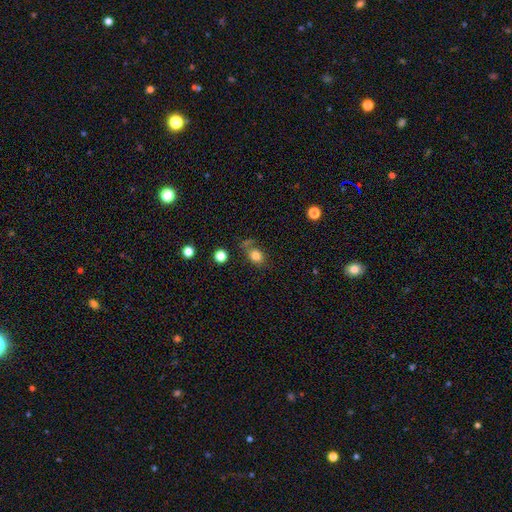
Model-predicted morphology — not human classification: Q: Smooth or featured?
A: smooth (81%); runner-up: star or artifact (12%)
Q: How rounded?
A: in between (51%); runner-up: round (48%)
Q: Merging?
A: none (61%); runner-up: minor disturbance (17%)